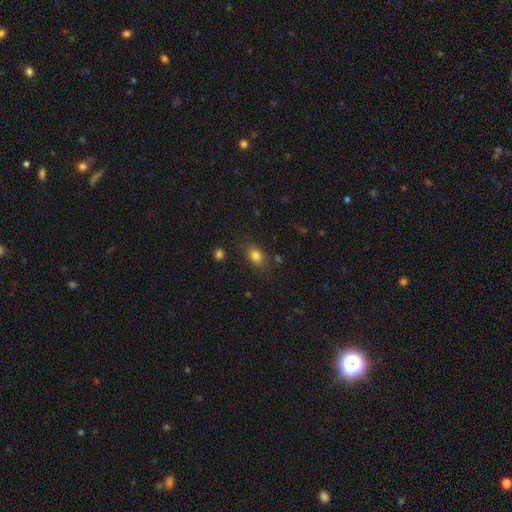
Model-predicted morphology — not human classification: This appears to be a smooth galaxy with no disk features (81%) that is in between round and cigar-shaped (77%). Merging: none (76%).